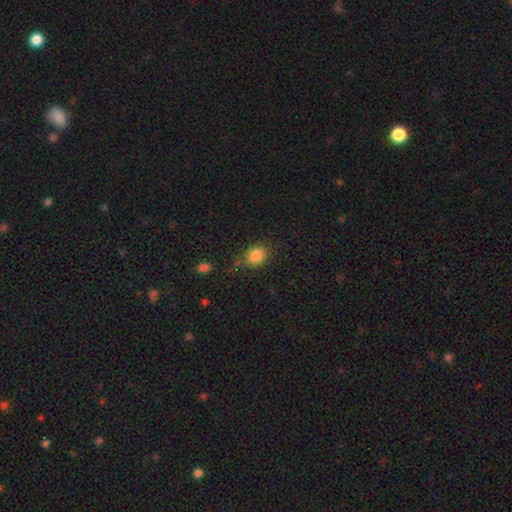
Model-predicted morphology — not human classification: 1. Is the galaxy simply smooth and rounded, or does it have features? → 84% smooth, 10% star or artifact, 6% featured or disk.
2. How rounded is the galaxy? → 60% round, 39% in between, 1% cigar-shaped.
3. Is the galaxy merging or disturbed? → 76% none, 15% minor disturbance, 4% major disturbance, 4% merger.